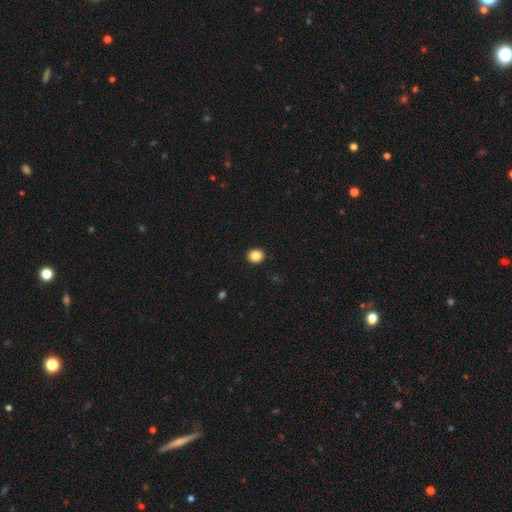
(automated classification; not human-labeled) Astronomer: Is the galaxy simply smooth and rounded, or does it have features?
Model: smooth — 87%.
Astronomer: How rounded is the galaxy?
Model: round — 71%.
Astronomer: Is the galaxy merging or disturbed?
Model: none — 92%.